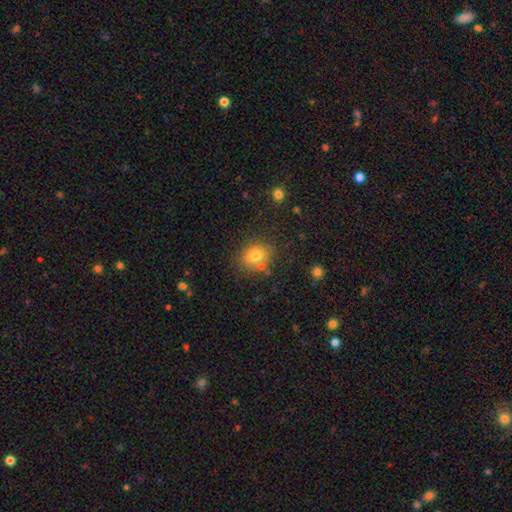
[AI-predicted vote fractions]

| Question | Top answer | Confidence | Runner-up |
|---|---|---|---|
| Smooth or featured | smooth | 75% | featured or disk (14%) |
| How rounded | round | 57% | in between (42%) |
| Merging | none | 69% | minor disturbance (17%) |